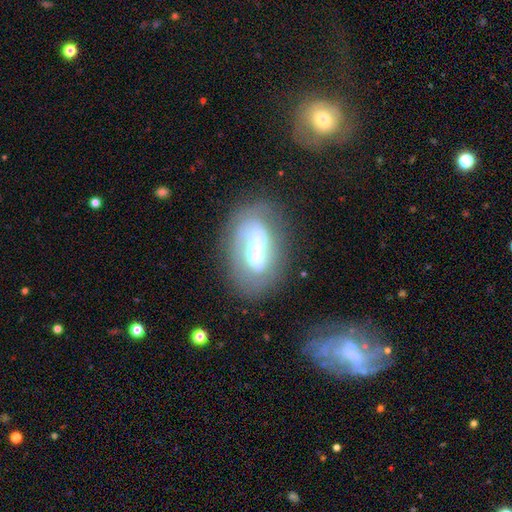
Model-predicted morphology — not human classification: smooth-or-featured: featured or disk: 61% | smooth: 29% | star or artifact: 10%
  disk-edge-on: no: 92% | yes: 8%
    bar: no: 36% | strong: 32% | weak: 32%
    has-spiral-arms: yes: 56% | no: 44%
    bulge-size: moderate: 37% | large: 23% | small: 22% | none: 13% | dominant: 5%
  merging: none: 51% | minor disturbance: 22% | major disturbance: 18% | merger: 9%